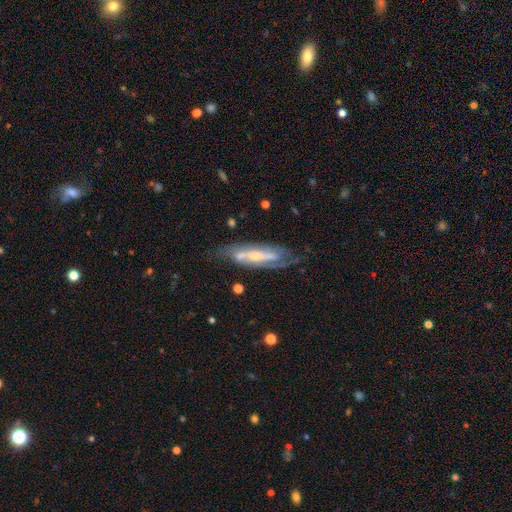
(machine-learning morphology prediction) Smooth or featured? Predicted: featured or disk (p=0.79). Edge-on disk? Predicted: no (p=0.68). Bar? Predicted: strong (p=0.46). Spiral arms? Predicted: yes (p=0.83). Bulge size? Predicted: small (p=0.52). Merging? Predicted: none (p=0.70).